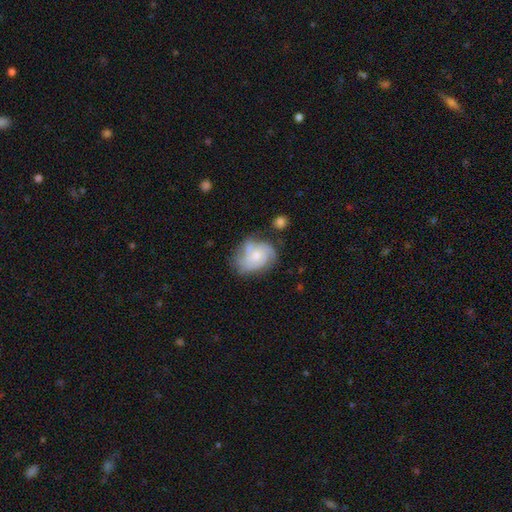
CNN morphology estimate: This appears to be a featured or disk galaxy (74%) with no bar (67%), 3 (42%) tight (51%) spiral arms (92%) and a moderate central bulge (47%). Merging: none (59%).